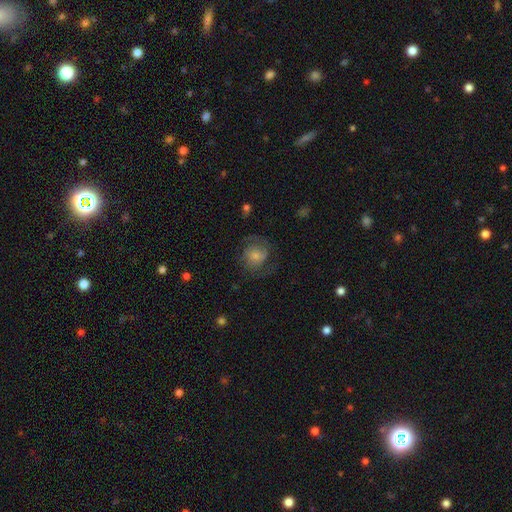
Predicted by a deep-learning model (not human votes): Smooth or featured?
  - featured or disk: 52% *
  - smooth: 39%
  - star or artifact: 9%
Edge-on disk?
  - no: 98% *
  - yes: 2%
Bar?
  - no: 71% *
  - weak: 25%
  - strong: 5%
Spiral arms?
  - yes: 85% *
  - no: 15%
Bulge size?
  - small: 51% *
  - moderate: 29%
  - none: 10%
  - large: 7%
  - dominant: 3%
Merging?
  - none: 61% *
  - minor disturbance: 19%
  - major disturbance: 18%
  - merger: 2%